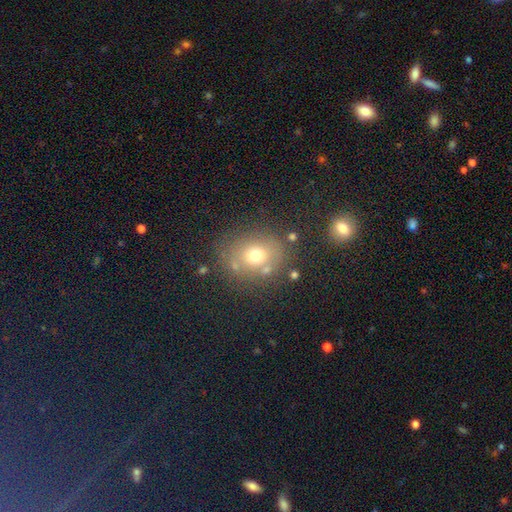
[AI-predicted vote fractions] Morphology: type=smooth (67%); roundness=round (66%); merging=none (74%).